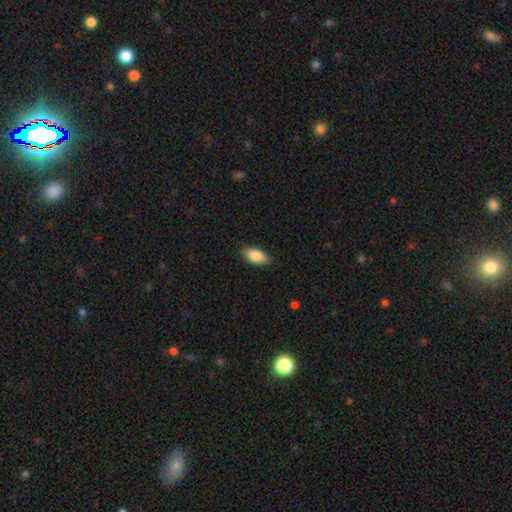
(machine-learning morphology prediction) Smooth or featured?
  - smooth: 86% *
  - featured or disk: 7%
  - star or artifact: 6%
How rounded?
  - in between: 91% *
  - cigar-shaped: 6%
  - round: 3%
Merging?
  - none: 83% *
  - minor disturbance: 14%
  - major disturbance: 3%
  - merger: 1%